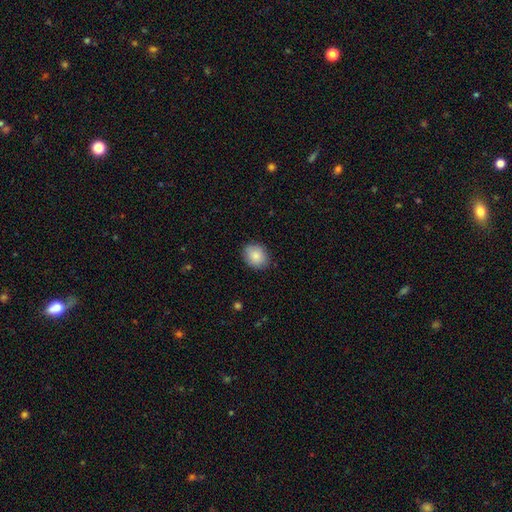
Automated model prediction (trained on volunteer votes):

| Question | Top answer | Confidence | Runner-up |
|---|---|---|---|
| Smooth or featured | smooth | 86% | star or artifact (7%) |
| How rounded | in between | 52% | round (47%) |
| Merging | none | 85% | minor disturbance (12%) |